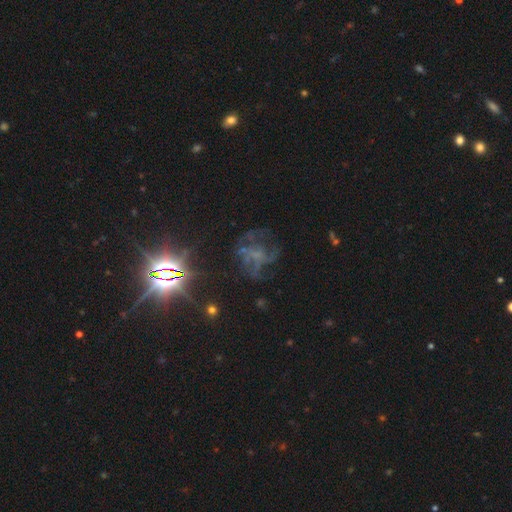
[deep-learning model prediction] Q: Smooth or featured?
A: featured or disk (50%); runner-up: star or artifact (34%)
Q: Edge-on disk?
A: no (96%); runner-up: yes (4%)
Q: Merging?
A: none (50%); runner-up: major disturbance (30%)